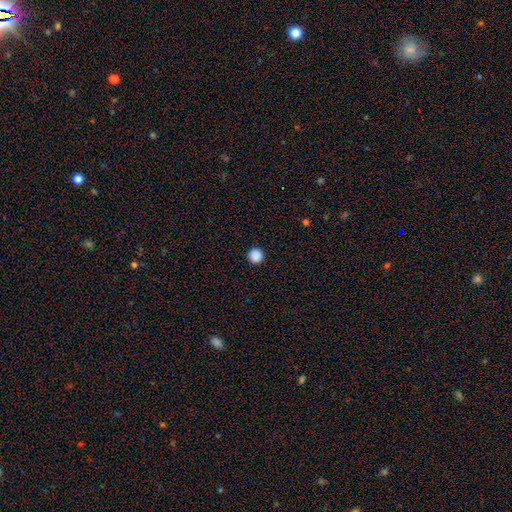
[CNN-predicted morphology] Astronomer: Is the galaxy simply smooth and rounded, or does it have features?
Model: smooth — 88%.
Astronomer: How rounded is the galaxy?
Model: round — 96%.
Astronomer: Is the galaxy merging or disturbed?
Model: none — 93%.